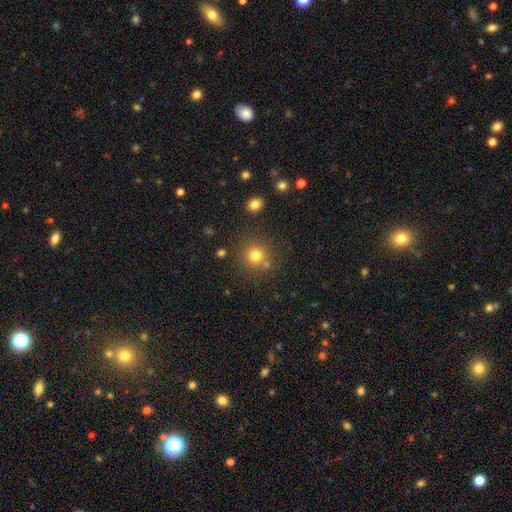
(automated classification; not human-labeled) Smooth or featured: smooth — 78% (star or artifact — 15%)
How rounded: round — 91% (in between — 8%)
Merging: none — 80% (minor disturbance — 9%)